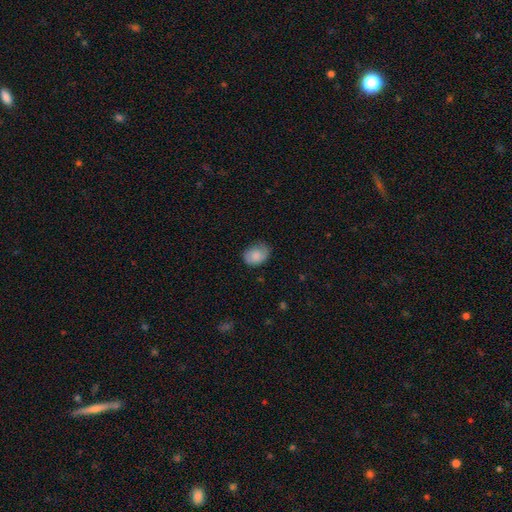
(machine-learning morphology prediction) A smooth galaxy with no disk features (75%) that is in between round and cigar-shaped (62%). Merging: none (62%).